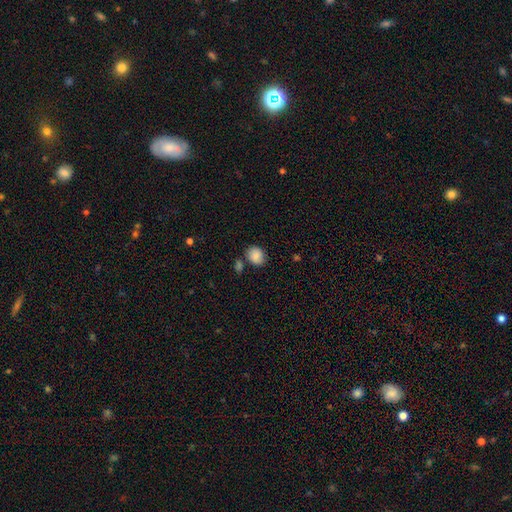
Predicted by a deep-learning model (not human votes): A smooth galaxy with no disk features (85%) that is round (55%).

Vote fractions:
- Smooth or featured? smooth: 85% / star or artifact: 8% / featured or disk: 7%
- How rounded? round: 55% / in between: 44% / cigar-shaped: 1%
- Merging? none: 68% / minor disturbance: 16% / merger: 12% / major disturbance: 4%